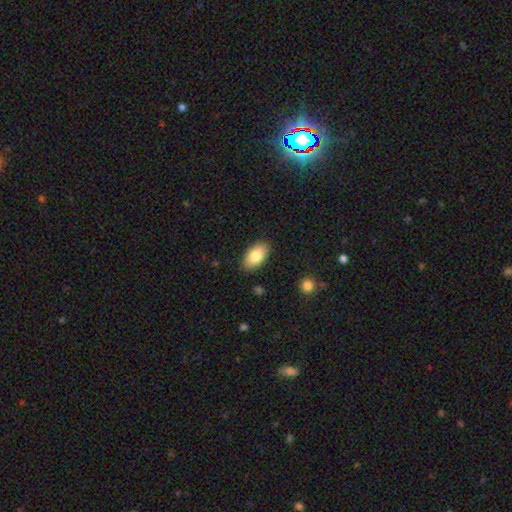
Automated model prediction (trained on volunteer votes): Q: Smooth or featured?
A: smooth (82%); runner-up: featured or disk (12%)
Q: How rounded?
A: in between (94%); runner-up: round (4%)
Q: Merging?
A: none (87%); runner-up: minor disturbance (9%)